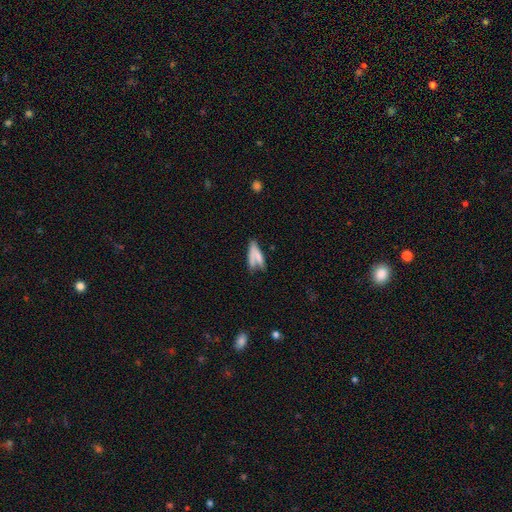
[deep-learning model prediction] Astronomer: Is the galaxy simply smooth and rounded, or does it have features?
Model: smooth — 65%.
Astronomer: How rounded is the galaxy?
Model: cigar-shaped — 53% (runner-up: in between, 43%).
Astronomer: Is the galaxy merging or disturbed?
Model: merger — 38% (runner-up: none, 32%).